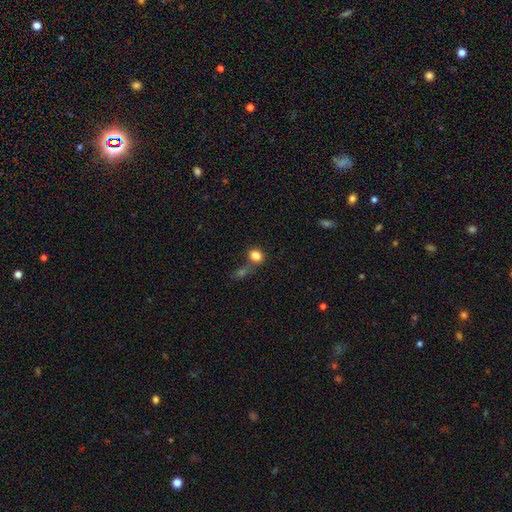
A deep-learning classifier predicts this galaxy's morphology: Smooth or featured? Predicted: smooth (p=0.82). How rounded? Predicted: round (p=0.55). Merging? Predicted: none (p=0.53).